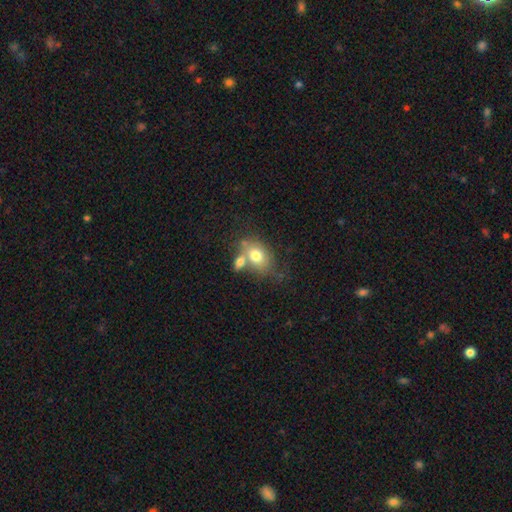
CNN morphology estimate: Smooth or featured: smooth — 74% (featured or disk — 18%)
How rounded: in between — 74% (round — 24%)
Merging: merger — 42% (none — 37%)